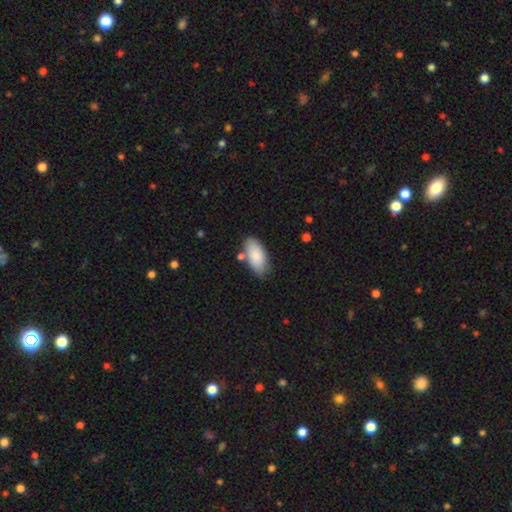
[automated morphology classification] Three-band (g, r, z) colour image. It shows a smooth galaxy with no disk features (86%) that is in between round and cigar-shaped (92%). Merging: none (73%).